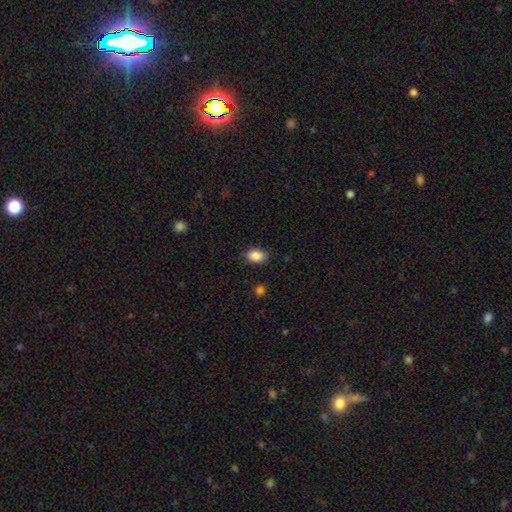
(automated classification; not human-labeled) Smooth or featured? Predicted: smooth (p=0.88). How rounded? Predicted: in between (p=0.79). Merging? Predicted: none (p=0.87).